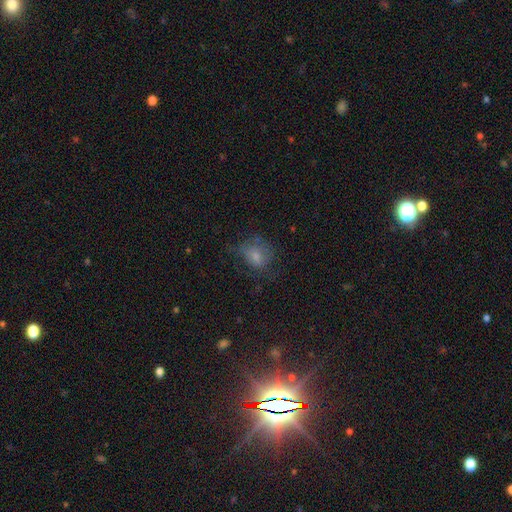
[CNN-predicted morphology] This is likely a smooth galaxy (64%). How rounded: possibly round (50%). Merging: possibly none (51%).